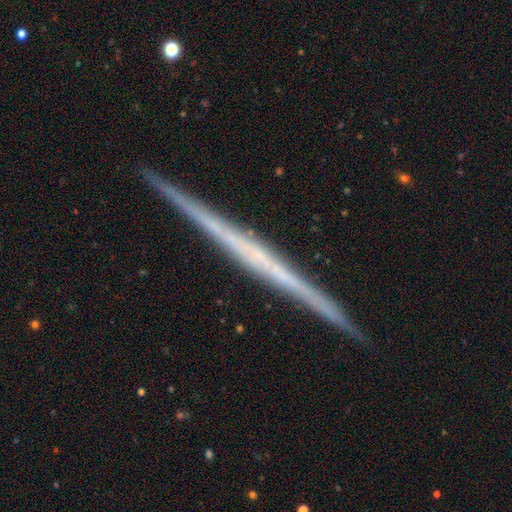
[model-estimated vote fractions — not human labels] smooth-or-featured: featured or disk: 76% | smooth: 18% | star or artifact: 6%
  disk-edge-on: yes: 98% | no: 2%
    edge-on-bulge: none: 85% | rounded: 9% | boxy: 6%
  merging: none: 92% | minor disturbance: 6% | major disturbance: 1% | merger: 1%